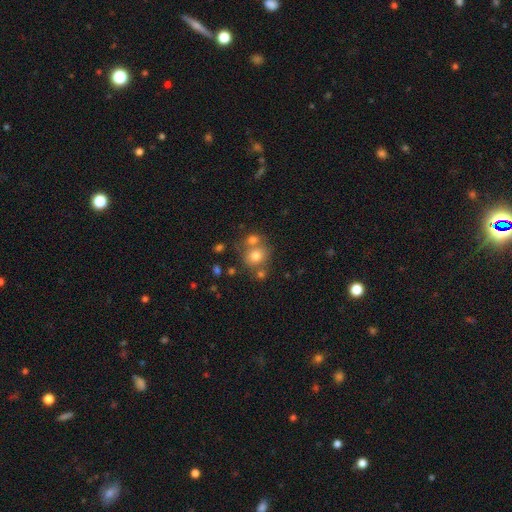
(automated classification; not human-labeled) This appears to be a smooth galaxy with no disk features (73%) that is round (75%). Merging: none (54%).